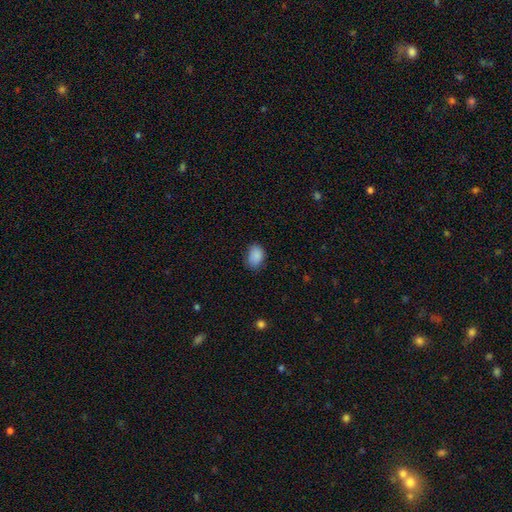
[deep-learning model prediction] This appears to be a smooth galaxy with no disk features (88%) that is in between round and cigar-shaped (75%). Merging: none (75%).